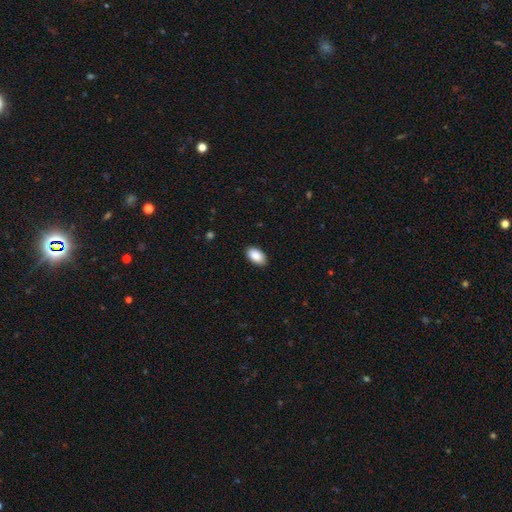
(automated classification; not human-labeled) smooth 90%, star or artifact 7%, featured or disk 3%. Down the decision tree: how rounded — in between (95%); merging — none (89%).